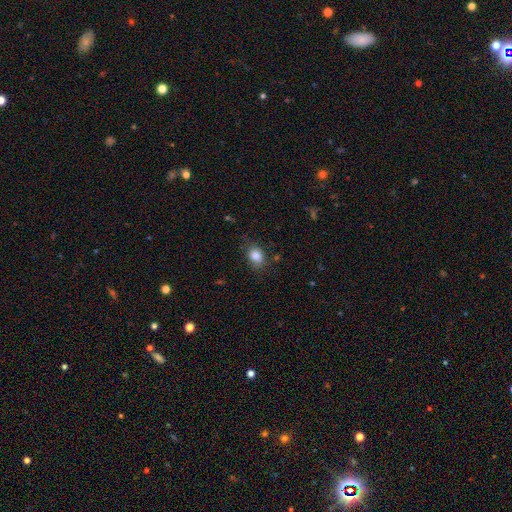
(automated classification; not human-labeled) A smooth galaxy with no disk features (85%) that is in between round and cigar-shaped (65%). Merging: none (77%).